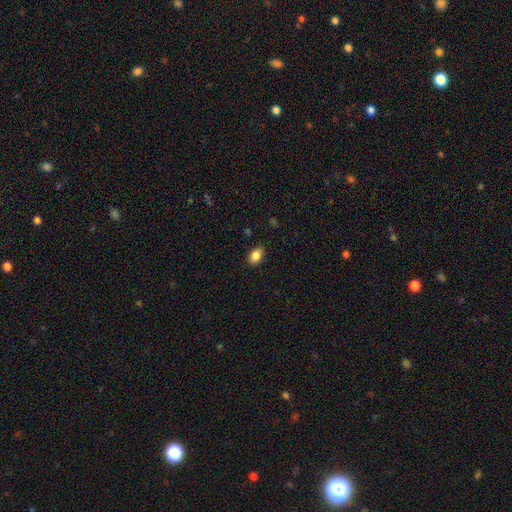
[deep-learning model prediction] smooth 86%, star or artifact 9%, featured or disk 5%. Down the decision tree: how rounded — in between (81%); merging — none (87%).